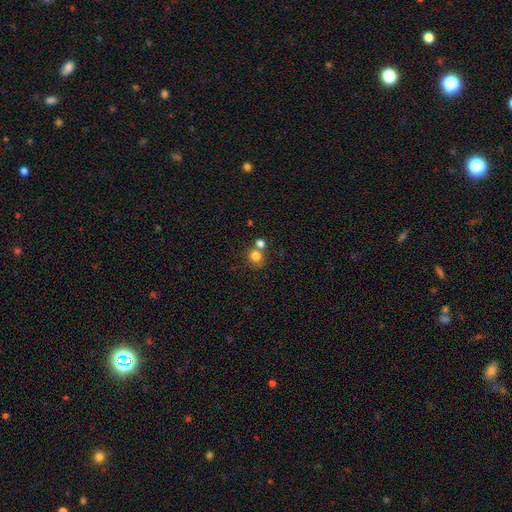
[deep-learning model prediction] Smooth or featured? smooth (80%)
How rounded? round (82%)
Merging? none (55%)